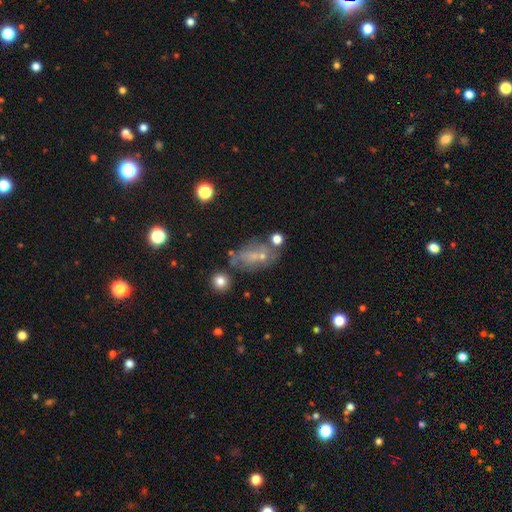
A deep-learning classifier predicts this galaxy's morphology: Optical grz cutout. It shows a smooth galaxy with no disk features (43%). Merging: none (50%).